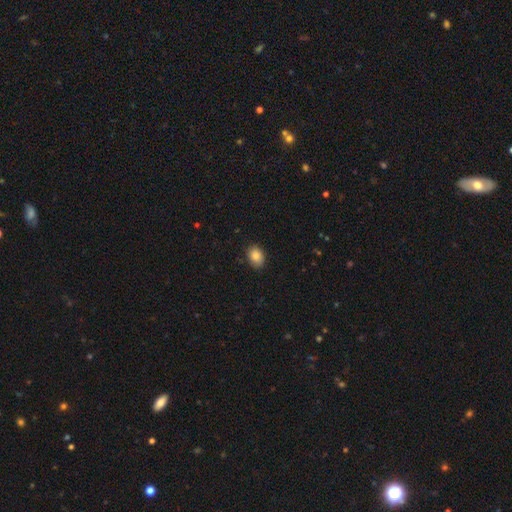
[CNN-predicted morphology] A smooth galaxy with no disk features (85%) that is in between round and cigar-shaped (69%). Merging: none (87%).